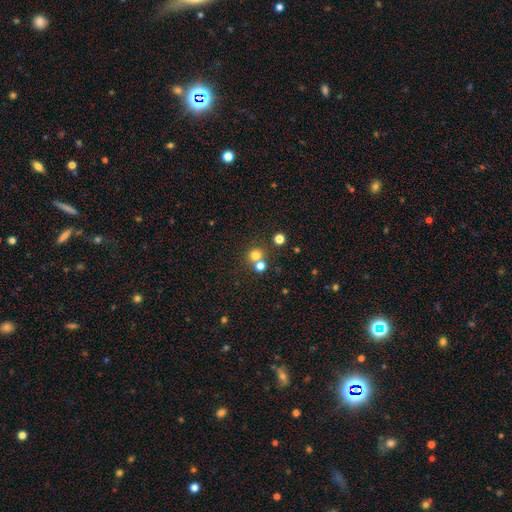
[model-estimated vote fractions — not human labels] Smooth or featured? Predicted: smooth (p=0.74). How rounded? Predicted: round (p=0.88). Merging? Predicted: none (p=0.57).